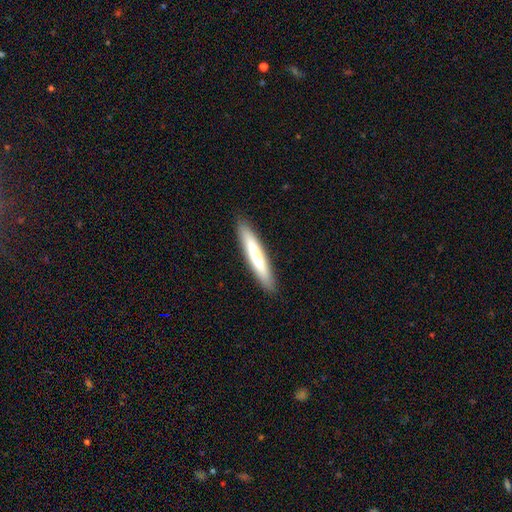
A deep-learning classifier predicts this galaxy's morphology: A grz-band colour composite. It shows a smooth galaxy with no disk features (69%) that is cigar-shaped (94%). Merging: none (90%).